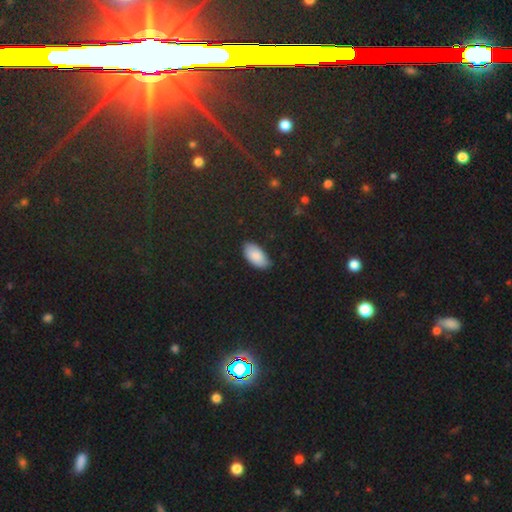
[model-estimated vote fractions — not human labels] Smooth or featured: smooth — 87% (star or artifact — 7%)
How rounded: in between — 95% (cigar-shaped — 3%)
Merging: none — 79% (minor disturbance — 17%)